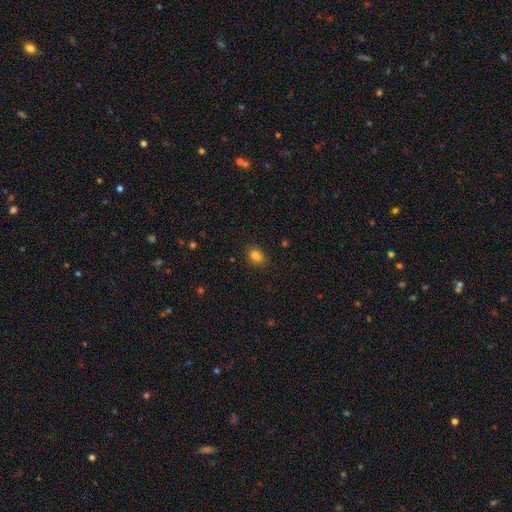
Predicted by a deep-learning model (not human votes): smooth 83%, star or artifact 12%, featured or disk 6%. Down the decision tree: how rounded — in between (64%); merging — none (82%).